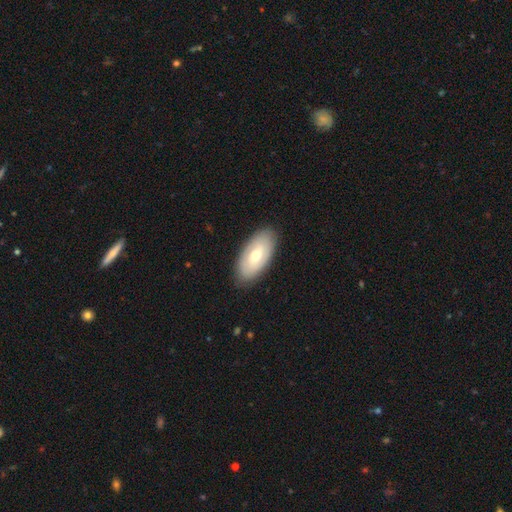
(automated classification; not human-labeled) A smooth galaxy with no disk features (56%) that is in between round and cigar-shaped (92%). Merging: none (86%).